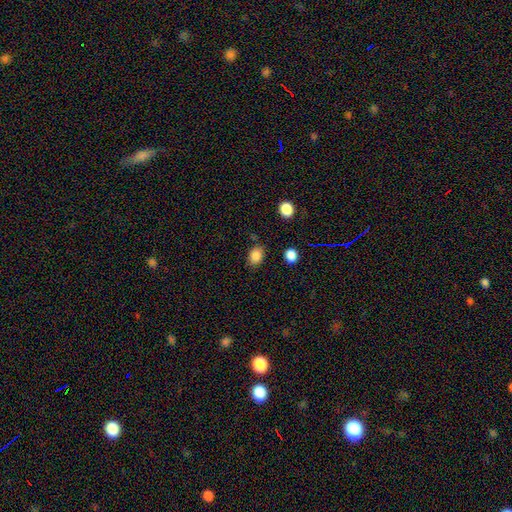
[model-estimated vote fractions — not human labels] Smooth or featured?
  - smooth: 85% *
  - star or artifact: 10%
  - featured or disk: 5%
How rounded?
  - in between: 65% *
  - round: 34%
  - cigar-shaped: 1%
Merging?
  - none: 78% *
  - minor disturbance: 15%
  - merger: 4%
  - major disturbance: 4%